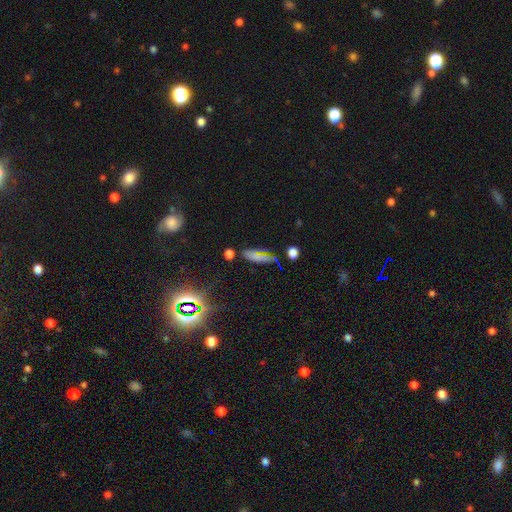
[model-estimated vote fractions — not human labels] Smooth or featured: smooth — 62% (featured or disk — 20%)
How rounded: cigar-shaped — 53% (in between — 42%)
Merging: none — 64% (minor disturbance — 21%)